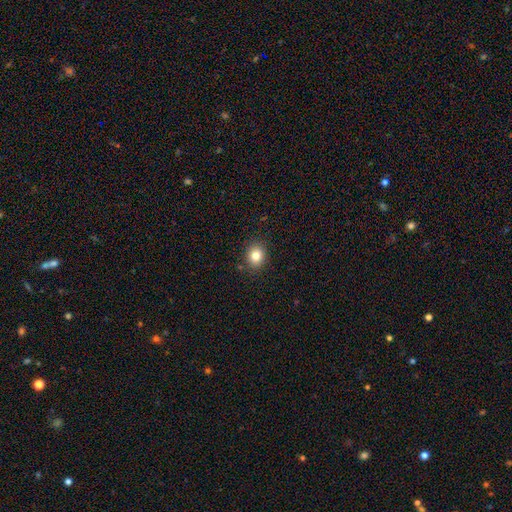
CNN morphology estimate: smooth_or_featured: smooth (p=0.82) [alt: star or artifact p=0.11]
how_rounded: round (p=0.65) [alt: in between p=0.35]
merging: none (p=0.88) [alt: minor disturbance p=0.08]